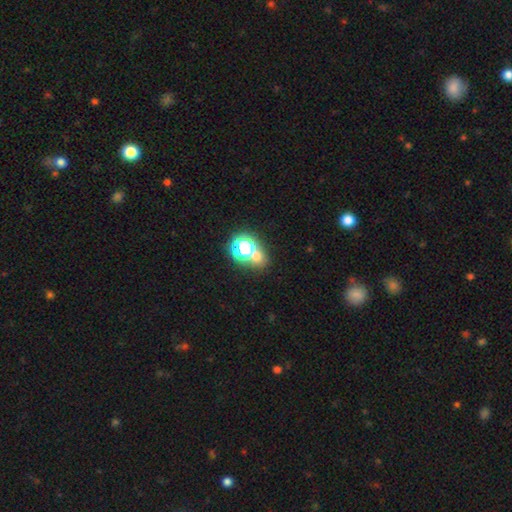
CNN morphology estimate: A smooth galaxy with no disk features (50%).

Vote fractions:
- Smooth or featured? smooth: 50% / star or artifact: 41% / featured or disk: 10%
- Merging? none: 56% / merger: 32% / minor disturbance: 8% / major disturbance: 5%